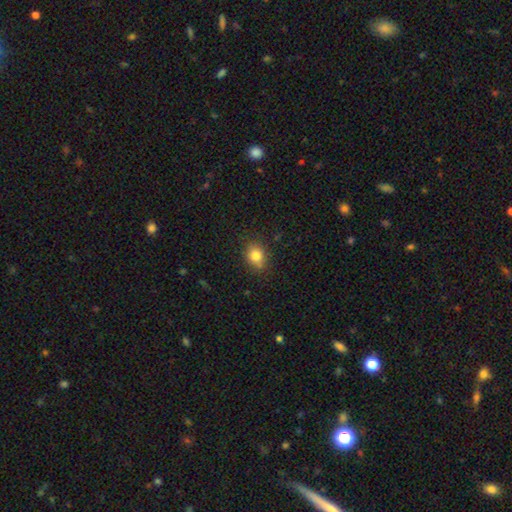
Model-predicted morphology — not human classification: A smooth galaxy with no disk features (82%) that is round (56%).

Vote fractions:
- Smooth or featured? smooth: 82% / star or artifact: 11% / featured or disk: 7%
- How rounded? round: 56% / in between: 43% / cigar-shaped: 1%
- Merging? none: 78% / minor disturbance: 15% / major disturbance: 3% / merger: 3%